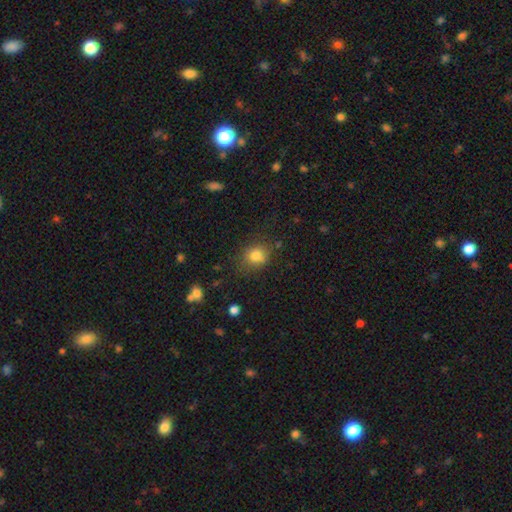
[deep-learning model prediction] The model was most divided on "how rounded": round: 64%, in between: 35%, cigar-shaped: 1%. More confident: smooth or featured — smooth (79%); merging — none (67%).